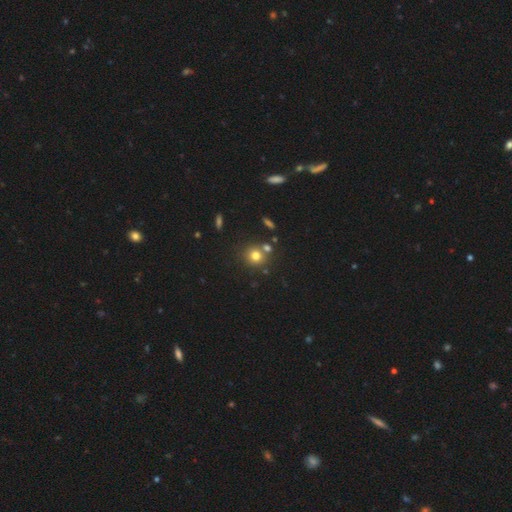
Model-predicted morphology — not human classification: Smooth or featured: smooth — 75% (star or artifact — 15%)
How rounded: round — 87% (in between — 12%)
Merging: none — 70% (merger — 18%)